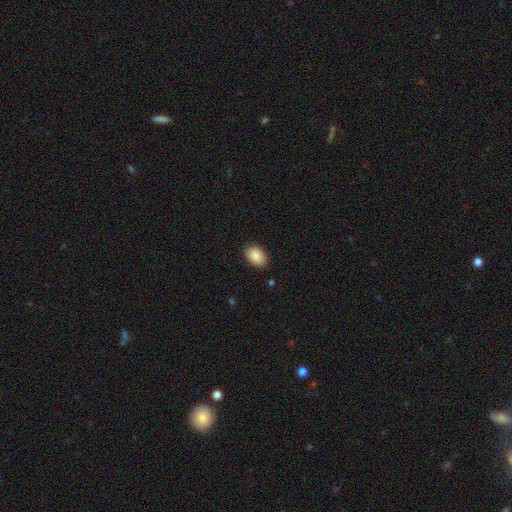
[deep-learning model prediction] smooth-or-featured: smooth: 90% | star or artifact: 7% | featured or disk: 4%
  how-rounded: in between: 85% | round: 14% | cigar-shaped: 1%
  merging: none: 88% | minor disturbance: 9% | major disturbance: 2% | merger: 1%